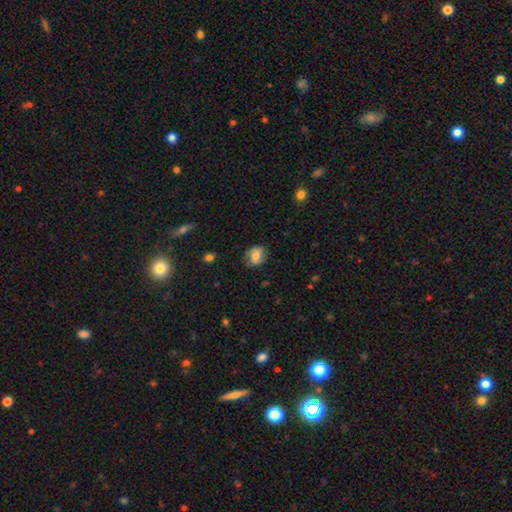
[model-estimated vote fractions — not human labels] smooth_or_featured: smooth (p=0.65) [alt: featured or disk p=0.27]
how_rounded: in between (p=0.51) [alt: round p=0.47]
merging: none (p=0.75) [alt: minor disturbance p=0.18]